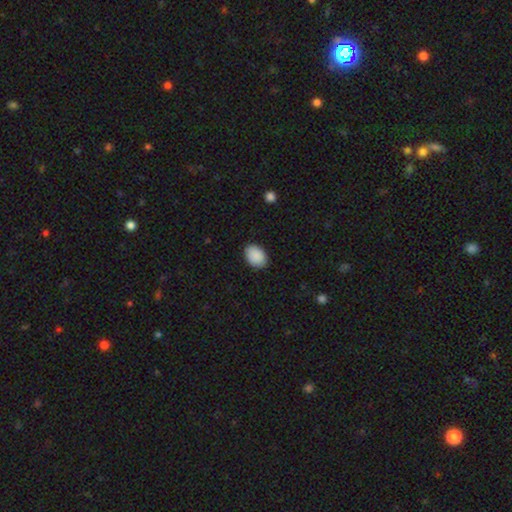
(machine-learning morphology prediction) Smooth or featured? Predicted: smooth (p=0.90). How rounded? Predicted: in between (p=0.78). Merging? Predicted: none (p=0.87).